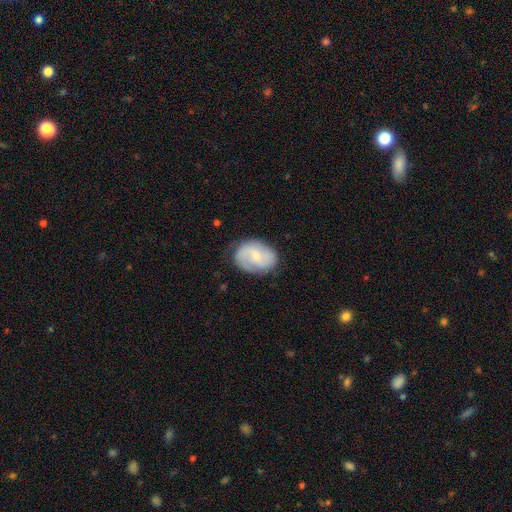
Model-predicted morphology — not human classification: smooth-or-featured: featured or disk: 63% | smooth: 30% | star or artifact: 6%
  disk-edge-on: no: 97% | yes: 3%
    bar: weak: 46% | no: 44% | strong: 10%
    has-spiral-arms: yes: 87% | no: 13%
      spiral-winding: medium: 44% | tight: 32% | loose: 24%
      spiral-arm-count: 2: 66% | can't tell: 18% | 3: 7% | 1: 6% | 4: 2% | more than 4: 2%
    bulge-size: small: 59% | moderate: 36% | none: 3% | large: 2% | dominant: 1%
  merging: none: 70% | minor disturbance: 22% | major disturbance: 7% | merger: 1%